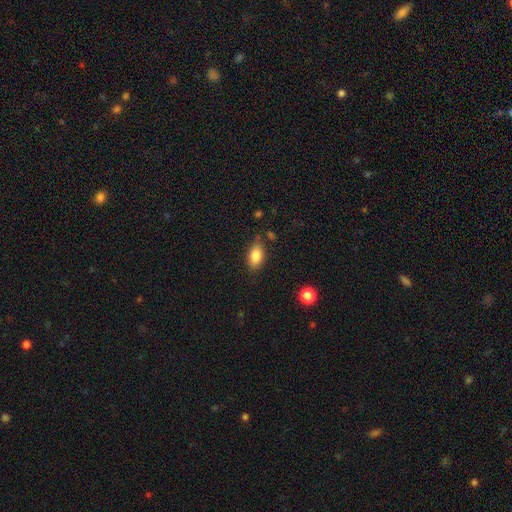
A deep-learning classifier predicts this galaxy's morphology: Overall: smooth (85%). How rounded: in between (89%). Merging: none (76%).